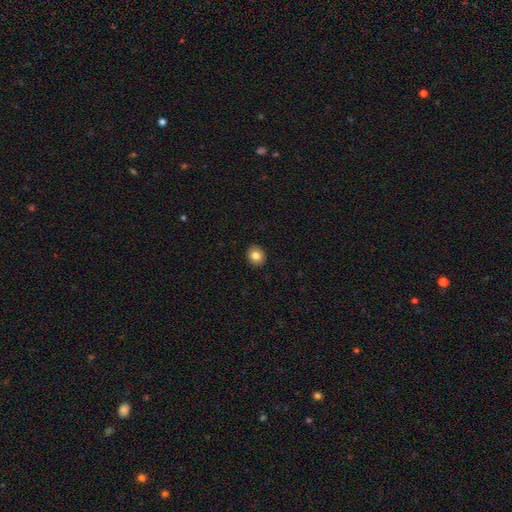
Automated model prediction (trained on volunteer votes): Smooth or featured: smooth — 82% (star or artifact — 9%)
How rounded: round — 71% (in between — 28%)
Merging: none — 91% (minor disturbance — 6%)